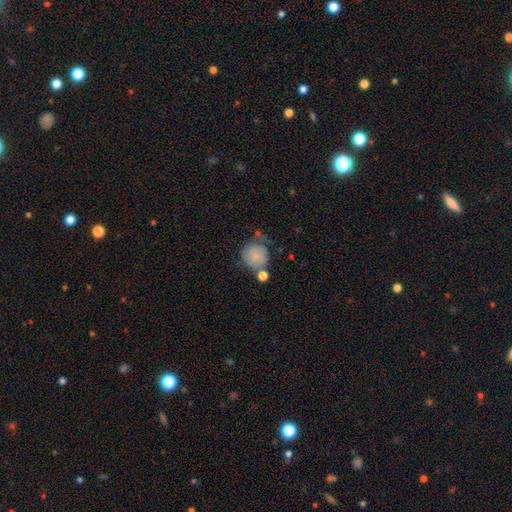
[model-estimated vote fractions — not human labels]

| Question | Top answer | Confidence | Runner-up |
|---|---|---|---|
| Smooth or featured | smooth | 79% | featured or disk (12%) |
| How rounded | round | 88% | in between (11%) |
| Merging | none | 52% | minor disturbance (22%) |